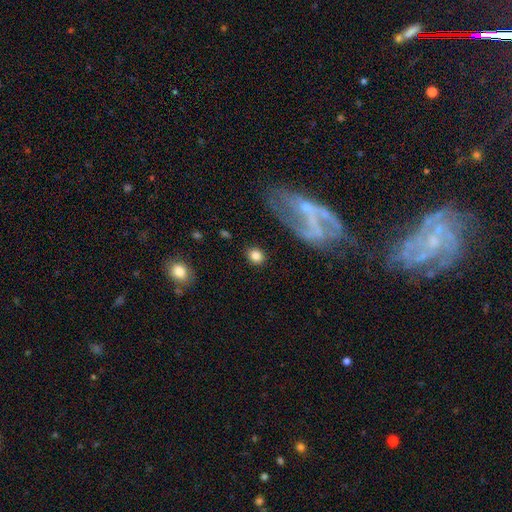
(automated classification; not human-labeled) This is clearly a smooth galaxy (81%). How rounded: likely round (63%). Merging: clearly none (85%).